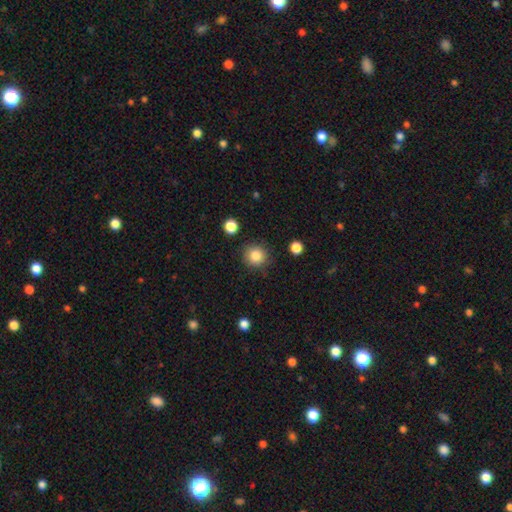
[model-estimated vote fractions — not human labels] This is clearly a smooth galaxy (86%). How rounded: clearly round (92%). Merging: clearly none (87%).